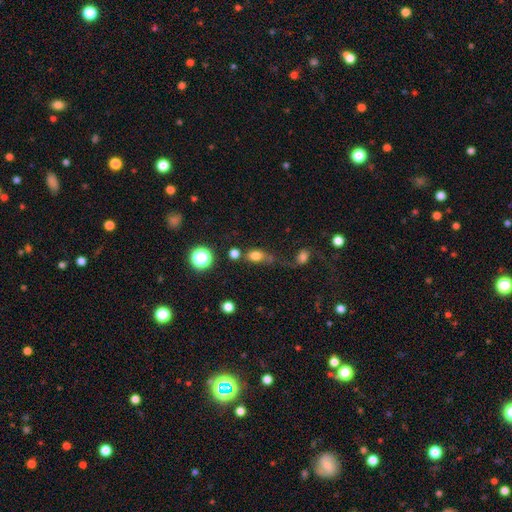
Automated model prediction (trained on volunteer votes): smooth 76%, star or artifact 14%, featured or disk 9%. Down the decision tree: how rounded — in between (67%); merging — none (48%).